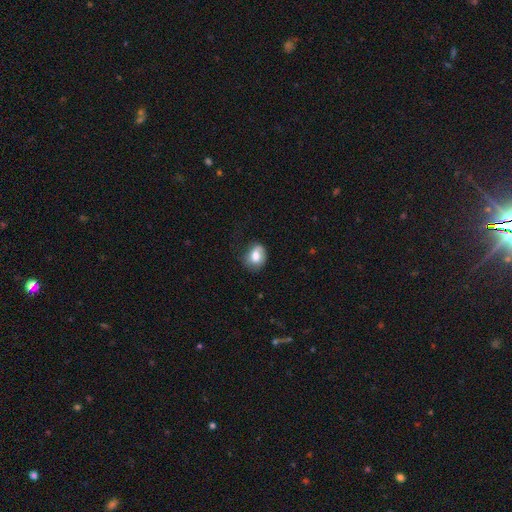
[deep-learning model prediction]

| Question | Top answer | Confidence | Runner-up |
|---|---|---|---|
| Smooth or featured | smooth | 73% | featured or disk (19%) |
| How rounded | in between | 59% | round (40%) |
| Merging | none | 56% | minor disturbance (29%) |